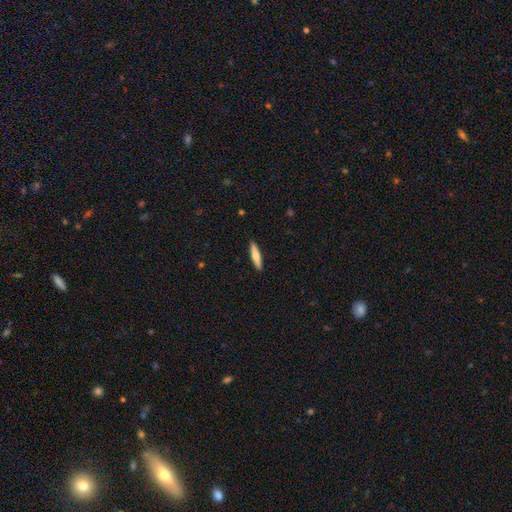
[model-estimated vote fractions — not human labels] Q: Smooth or featured?
A: smooth (64%); runner-up: featured or disk (30%)
Q: How rounded?
A: cigar-shaped (84%); runner-up: in between (14%)
Q: Merging?
A: none (91%); runner-up: minor disturbance (6%)